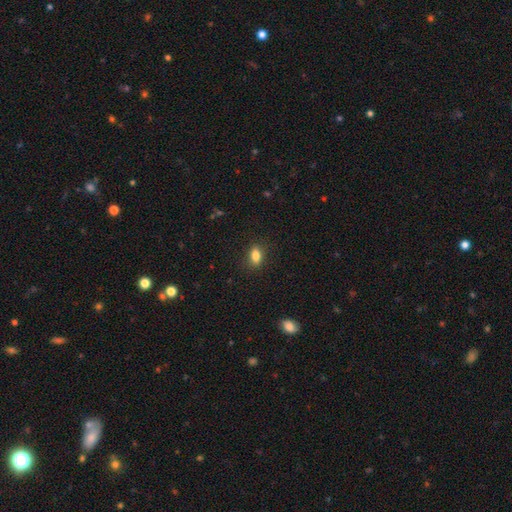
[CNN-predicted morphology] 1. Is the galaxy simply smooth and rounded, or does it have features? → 84% smooth, 9% star or artifact, 7% featured or disk.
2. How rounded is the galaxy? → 83% in between, 11% round, 6% cigar-shaped.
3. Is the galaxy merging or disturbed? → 85% none, 11% minor disturbance, 3% major disturbance, 1% merger.